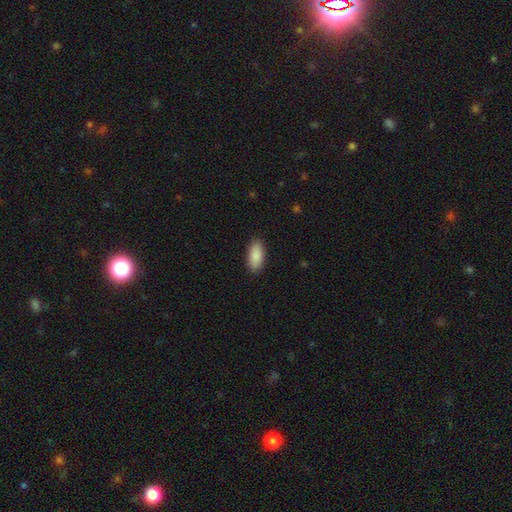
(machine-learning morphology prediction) A smooth galaxy with no disk features (90%) that is in between round and cigar-shaped (90%). Merging: none (89%).